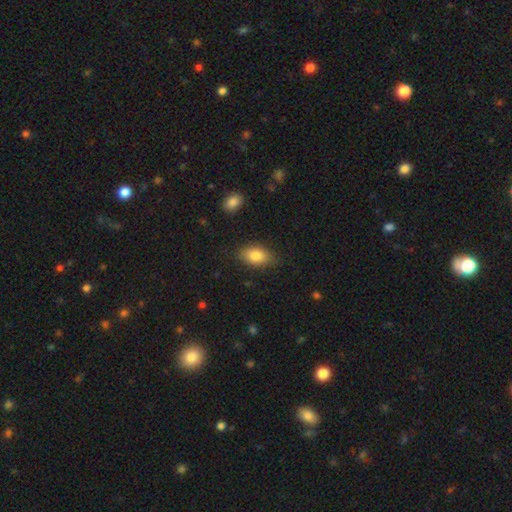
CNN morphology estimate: Smooth or featured: smooth — 85% (featured or disk — 8%)
How rounded: in between — 90% (round — 7%)
Merging: none — 81% (minor disturbance — 14%)